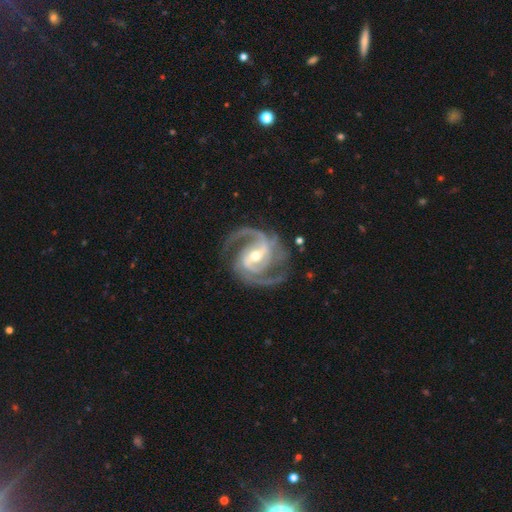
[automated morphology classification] Q: Smooth or featured?
A: featured or disk (94%); runner-up: star or artifact (4%)
Q: Edge-on disk?
A: no (98%); runner-up: yes (2%)
Q: Bar?
A: strong (45%); runner-up: weak (40%)
Q: Spiral arms?
A: yes (99%); runner-up: no (1%)
Q: Spiral winding?
A: medium (60%); runner-up: tight (27%)
Q: Spiral arm count?
A: 2 (79%); runner-up: 3 (12%)
Q: Bulge size?
A: moderate (53%); runner-up: small (43%)
Q: Merging?
A: none (78%); runner-up: minor disturbance (14%)